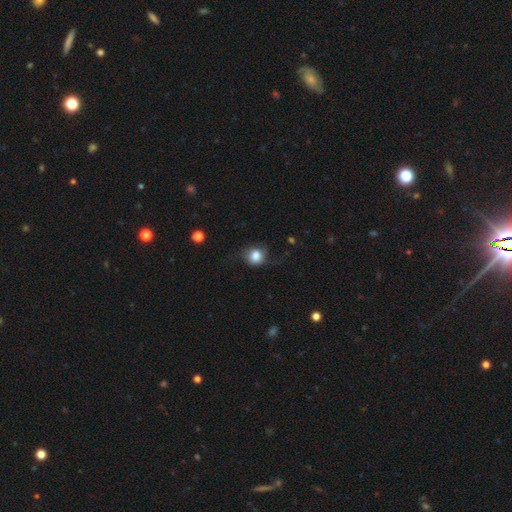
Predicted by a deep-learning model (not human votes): Smooth or featured? smooth (79%)
How rounded? round (80%)
Merging? none (61%)